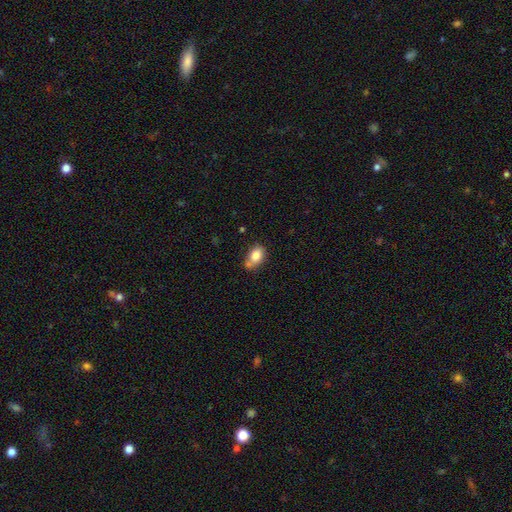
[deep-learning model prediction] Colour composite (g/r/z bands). It shows a smooth galaxy with no disk features (81%) that is in between round and cigar-shaped (79%). Merging: none (51%).